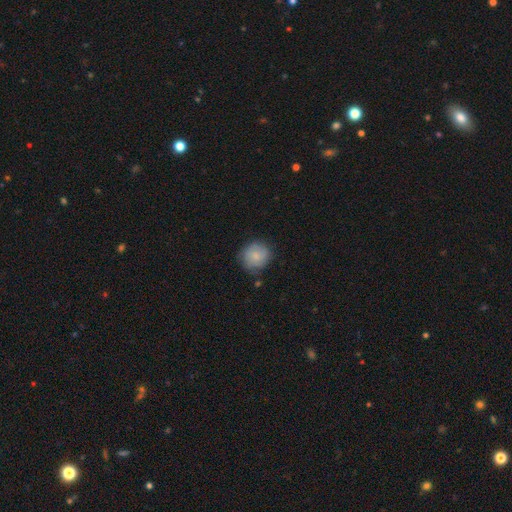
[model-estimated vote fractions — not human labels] Smooth or featured?
  - smooth: 70% *
  - featured or disk: 23%
  - star or artifact: 7%
How rounded?
  - round: 89% *
  - in between: 10%
  - cigar-shaped: 1%
Merging?
  - none: 76% *
  - minor disturbance: 18%
  - major disturbance: 5%
  - merger: 2%